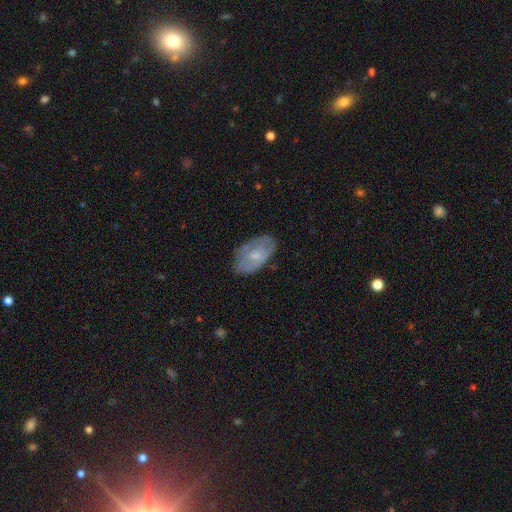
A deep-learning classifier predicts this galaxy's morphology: type=smooth (54%); roundness=in between (93%); merging=none (70%).